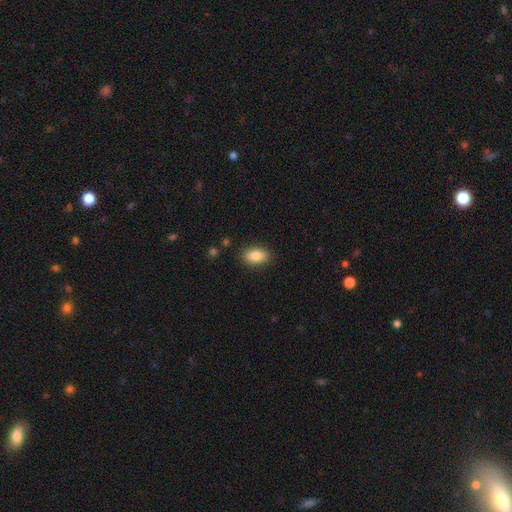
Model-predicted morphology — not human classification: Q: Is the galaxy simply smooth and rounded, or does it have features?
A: smooth — 86%.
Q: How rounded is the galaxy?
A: in between — 89%.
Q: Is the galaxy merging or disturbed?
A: none — 87%.